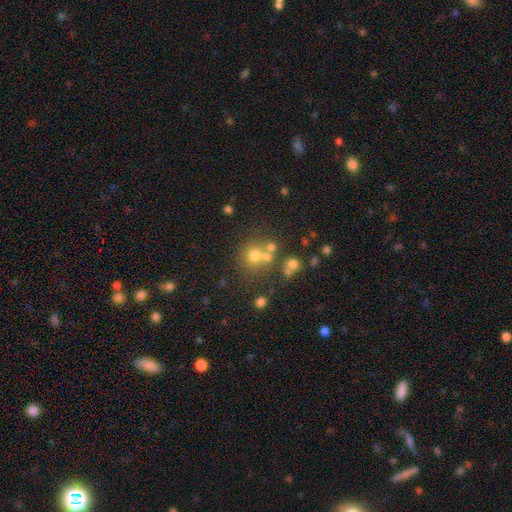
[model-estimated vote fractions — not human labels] A smooth galaxy with no disk features (63%) that is round (86%). Merging: none (55%).